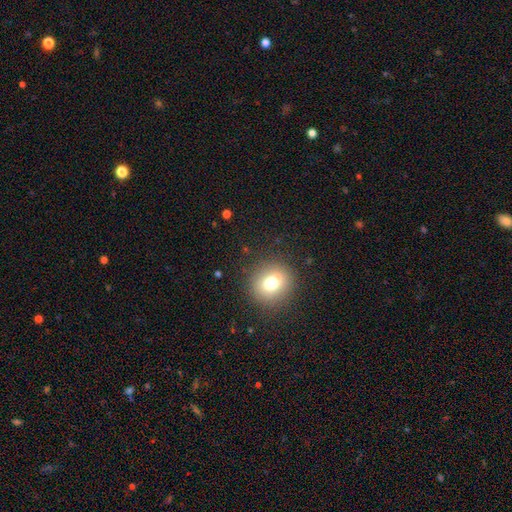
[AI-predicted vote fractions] The model was most divided on "smooth or featured": smooth: 70%, star or artifact: 20%, featured or disk: 10%. More confident: merging — none (91%); how rounded — round (80%).